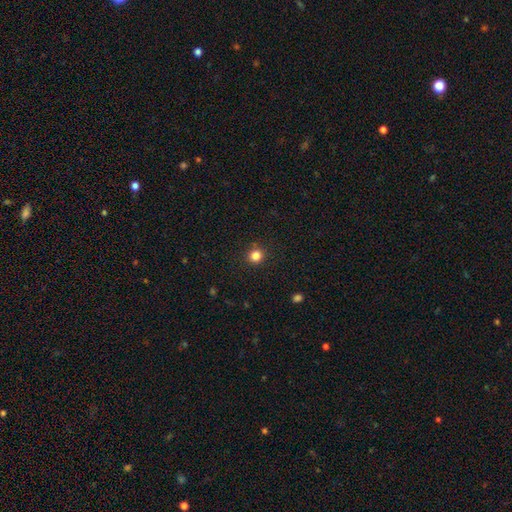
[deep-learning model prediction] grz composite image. It shows a smooth galaxy with no disk features (83%) that is round (92%). Merging: none (90%).